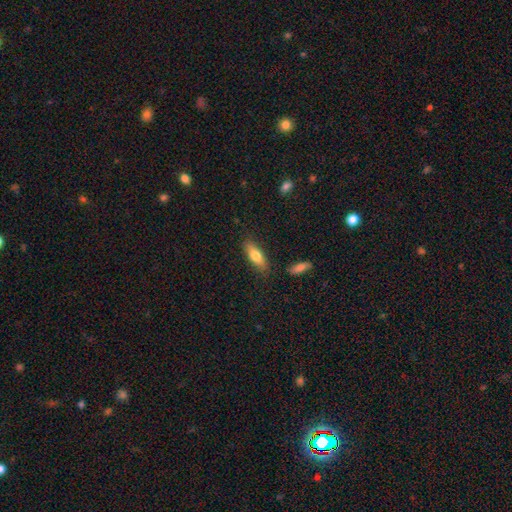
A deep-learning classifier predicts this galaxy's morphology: smooth_or_featured: smooth (p=0.73) [alt: featured or disk p=0.20]
how_rounded: in between (p=0.63) [alt: cigar-shaped p=0.34]
merging: none (p=0.82) [alt: minor disturbance p=0.12]